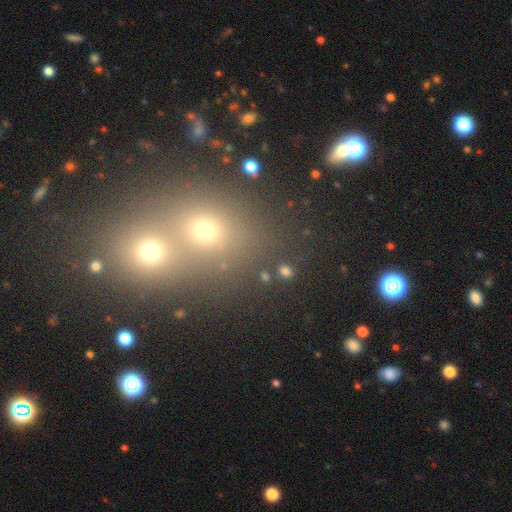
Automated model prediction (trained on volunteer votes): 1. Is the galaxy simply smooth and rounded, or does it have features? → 49% smooth, 37% star or artifact, 14% featured or disk.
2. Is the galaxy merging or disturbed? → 52% merger, 39% none, 6% minor disturbance, 3% major disturbance.